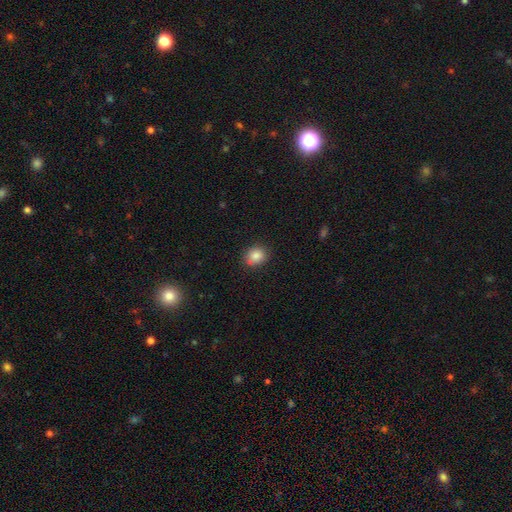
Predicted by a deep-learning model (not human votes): Smooth or featured: smooth — 86% (star or artifact — 9%)
How rounded: round — 63% (in between — 36%)
Merging: none — 81% (minor disturbance — 14%)